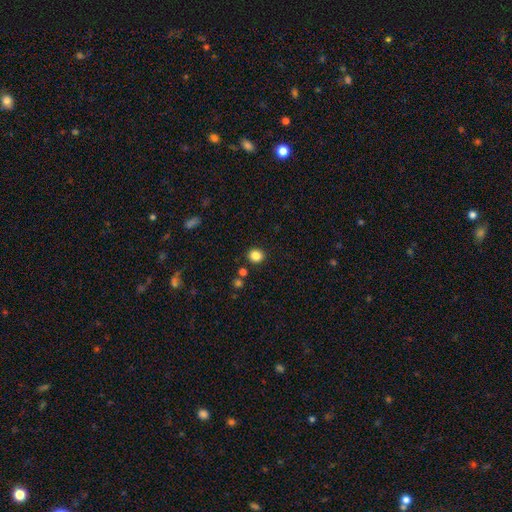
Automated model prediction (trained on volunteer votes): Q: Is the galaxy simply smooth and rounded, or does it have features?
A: smooth — 84%.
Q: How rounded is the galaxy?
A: round — 84%.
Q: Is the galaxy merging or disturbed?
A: none — 89%.